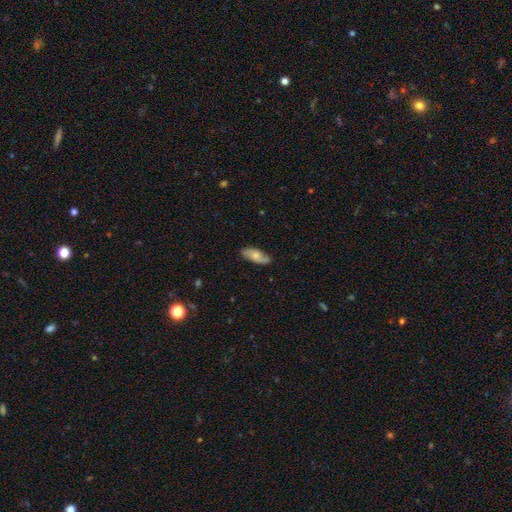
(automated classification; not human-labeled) smooth 50%, featured or disk 44%, star or artifact 6%. Down the decision tree: how rounded — in between (80%); merging — none (81%).